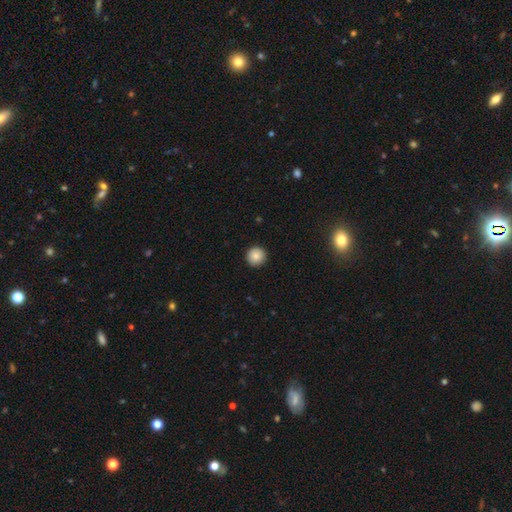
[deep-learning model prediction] smooth-or-featured: smooth: 83% | star or artifact: 9% | featured or disk: 8%
  how-rounded: round: 95% | in between: 4% | cigar-shaped: 1%
  merging: none: 92% | minor disturbance: 5% | major disturbance: 2% | merger: 1%